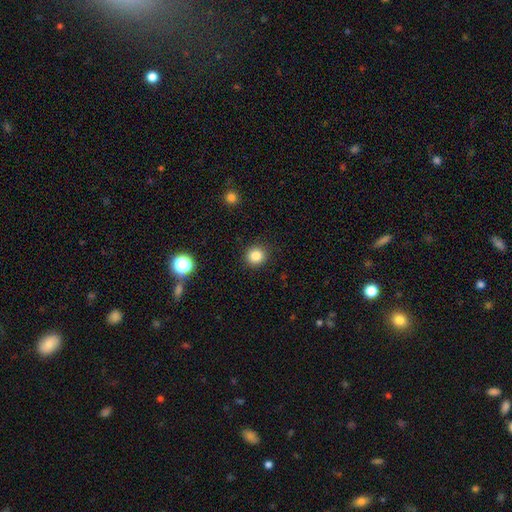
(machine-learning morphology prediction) Overall: smooth (83%). How rounded: round (91%). Merging: none (91%).